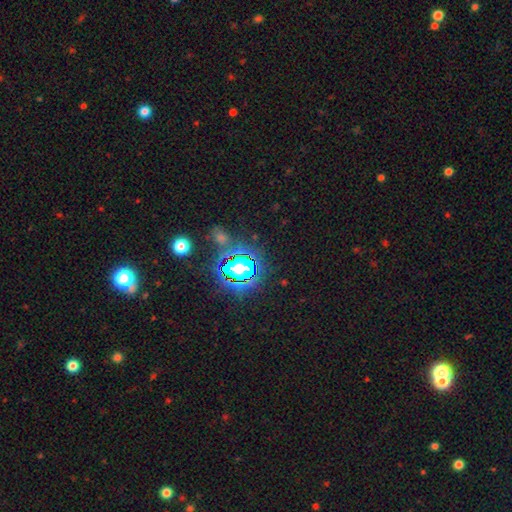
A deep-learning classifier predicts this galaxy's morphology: smooth-or-featured: star or artifact: 80% | smooth: 12% | featured or disk: 7%